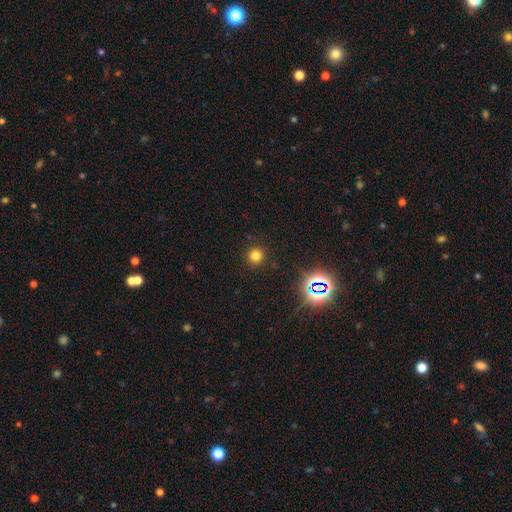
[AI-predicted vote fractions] Smooth or featured? smooth (76%)
How rounded? round (95%)
Merging? none (91%)